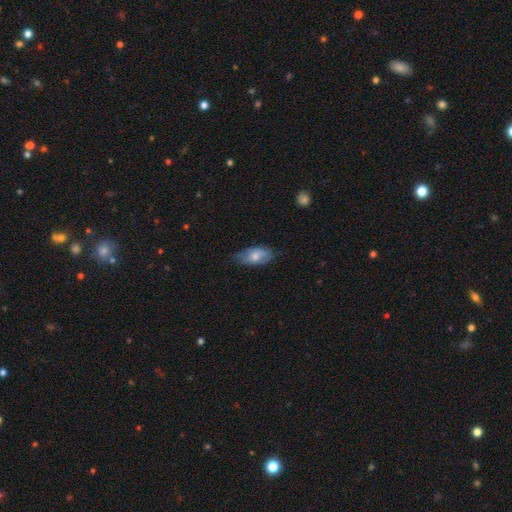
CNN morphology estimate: Smooth or featured: smooth — 69% (featured or disk — 24%)
How rounded: in between — 90% (cigar-shaped — 6%)
Merging: none — 58% (minor disturbance — 32%)